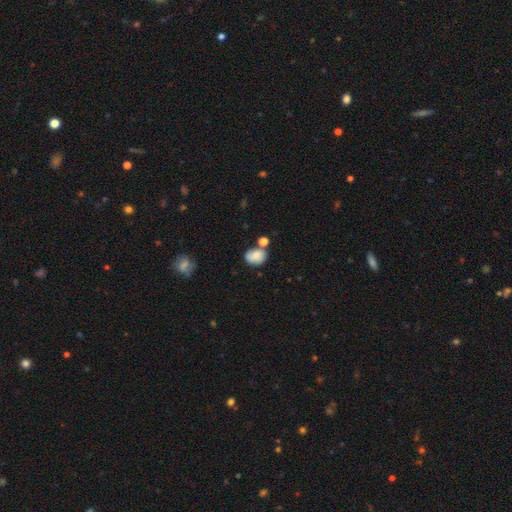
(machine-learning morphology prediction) smooth-or-featured: smooth: 79% | featured or disk: 12% | star or artifact: 9%
  how-rounded: in between: 67% | round: 32% | cigar-shaped: 1%
  merging: none: 50% | merger: 24% | minor disturbance: 20% | major disturbance: 7%